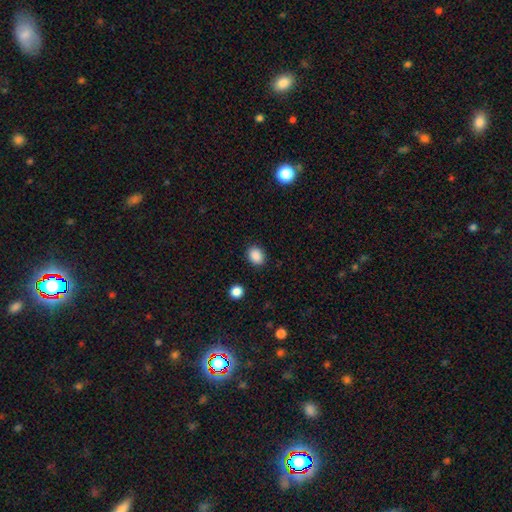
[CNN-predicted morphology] Smooth or featured: smooth — 88% (star or artifact — 9%)
How rounded: in between — 58% (round — 41%)
Merging: none — 88% (minor disturbance — 8%)